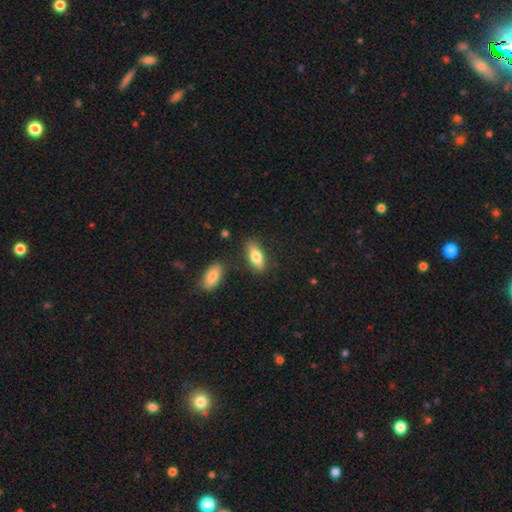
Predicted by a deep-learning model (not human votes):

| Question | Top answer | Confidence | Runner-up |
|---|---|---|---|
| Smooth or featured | smooth | 75% | featured or disk (19%) |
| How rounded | in between | 74% | cigar-shaped (24%) |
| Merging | none | 81% | minor disturbance (11%) |